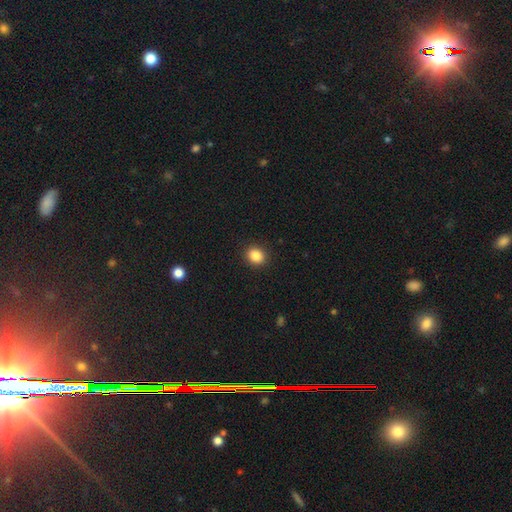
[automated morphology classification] A smooth galaxy with no disk features (87%) that is round (68%). Merging: none (91%).